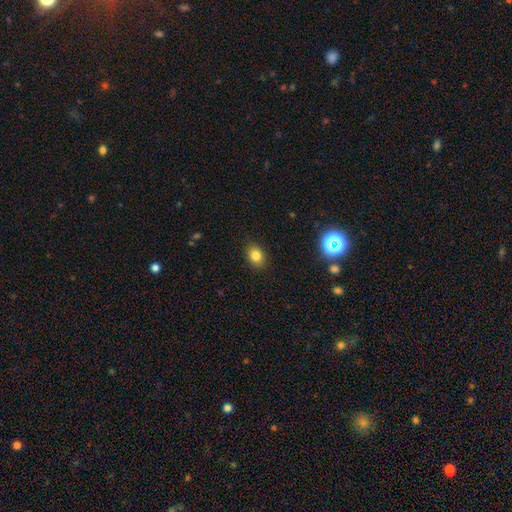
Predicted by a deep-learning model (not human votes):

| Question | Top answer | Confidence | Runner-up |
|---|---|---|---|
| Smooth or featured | smooth | 81% | star or artifact (11%) |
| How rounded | in between | 65% | round (34%) |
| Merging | none | 87% | minor disturbance (9%) |